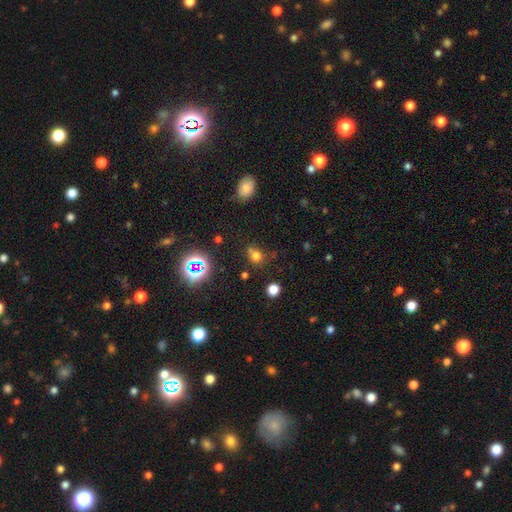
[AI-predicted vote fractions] This is likely a smooth galaxy (65%). How rounded: likely round (77%). Merging: likely none (62%).